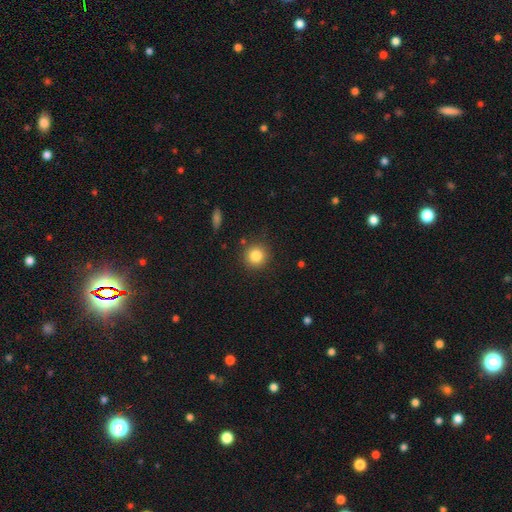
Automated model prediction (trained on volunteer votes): Smooth or featured?
  - smooth: 84% *
  - star or artifact: 10%
  - featured or disk: 6%
How rounded?
  - round: 93% *
  - in between: 6%
  - cigar-shaped: 1%
Merging?
  - none: 88% *
  - minor disturbance: 8%
  - major disturbance: 3%
  - merger: 2%